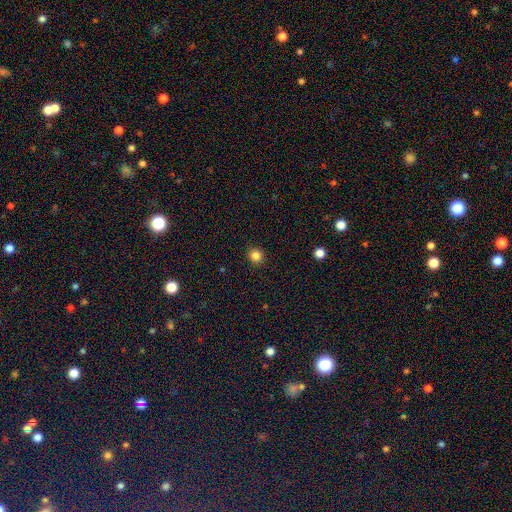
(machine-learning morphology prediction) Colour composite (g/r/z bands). It shows a smooth galaxy with no disk features (84%) that is round (88%). Merging: none (92%).